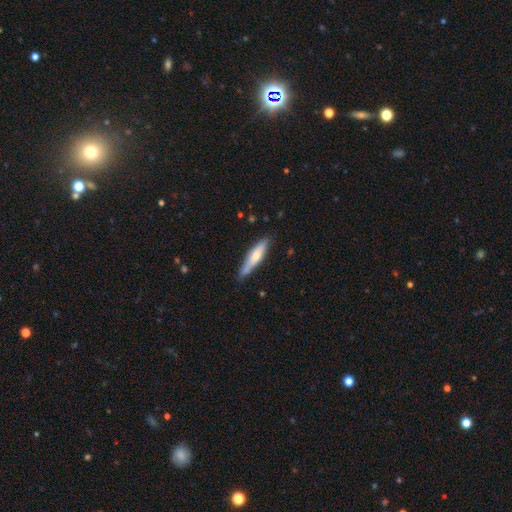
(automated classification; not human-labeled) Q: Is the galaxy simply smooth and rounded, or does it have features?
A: smooth — 59%.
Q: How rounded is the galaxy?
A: cigar-shaped — 79%.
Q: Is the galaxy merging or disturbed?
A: none — 74%.